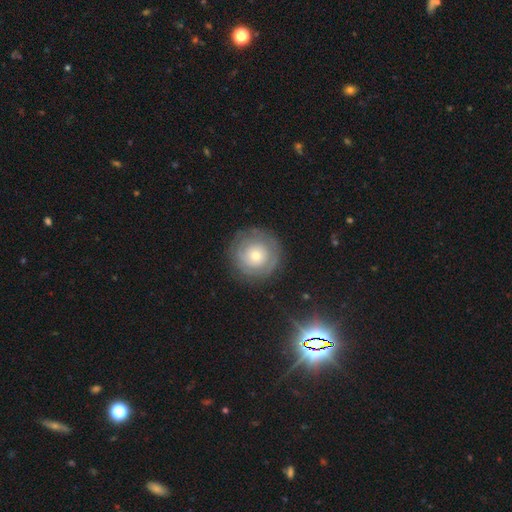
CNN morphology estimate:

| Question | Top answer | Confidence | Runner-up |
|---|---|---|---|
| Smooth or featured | featured or disk | 47% | smooth (43%) |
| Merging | none | 82% | minor disturbance (11%) |